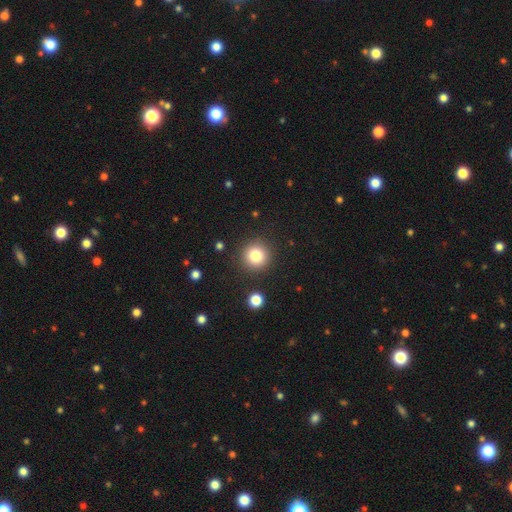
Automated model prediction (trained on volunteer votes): A smooth galaxy with no disk features (80%) that is round (95%). Merging: none (89%).